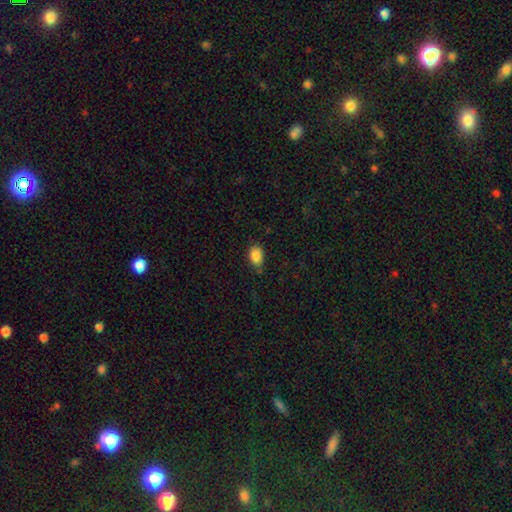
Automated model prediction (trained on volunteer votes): A smooth galaxy with no disk features (87%) that is in between round and cigar-shaped (78%). Merging: none (73%).